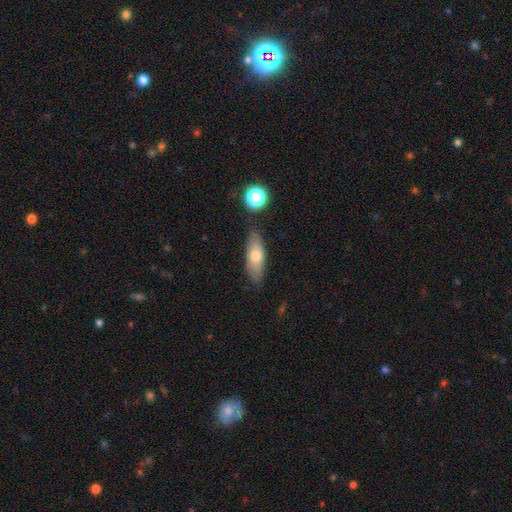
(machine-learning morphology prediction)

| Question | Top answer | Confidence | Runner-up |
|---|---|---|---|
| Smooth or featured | smooth | 68% | featured or disk (24%) |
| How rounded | in between | 65% | cigar-shaped (31%) |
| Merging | none | 81% | minor disturbance (14%) |